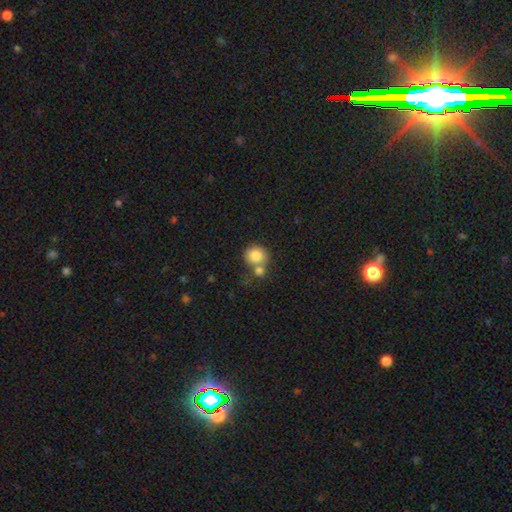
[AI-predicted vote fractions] Overall: smooth (83%). How rounded: round (85%). Merging: none (47%; merger 38%).